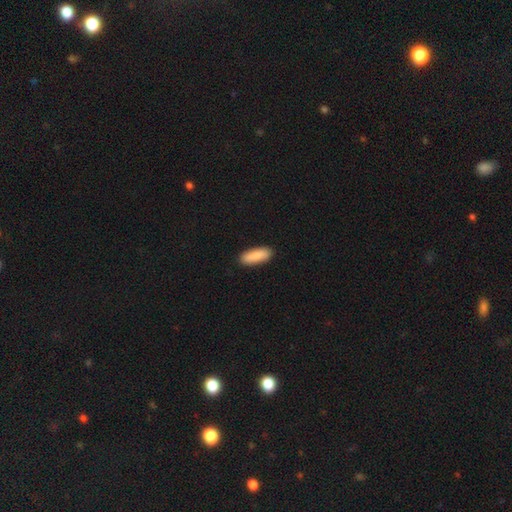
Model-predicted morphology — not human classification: smooth 89%, featured or disk 6%, star or artifact 5%. Down the decision tree: how rounded — in between (61%); merging — none (90%).